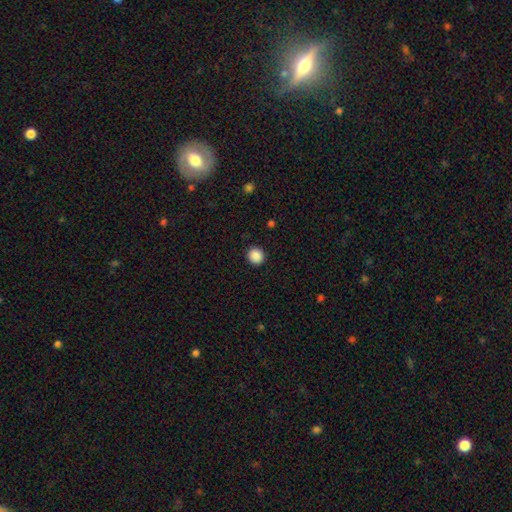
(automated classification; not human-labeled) Morphology: type=smooth (88%); roundness=round (90%); merging=none (92%).